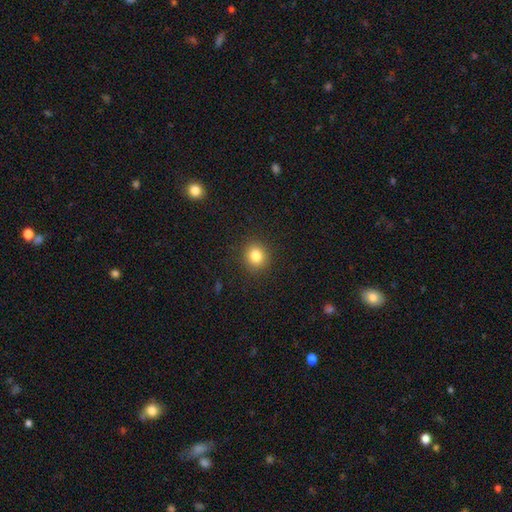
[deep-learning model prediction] This appears to be a smooth galaxy with no disk features (83%) that is round (85%). Merging: none (90%).